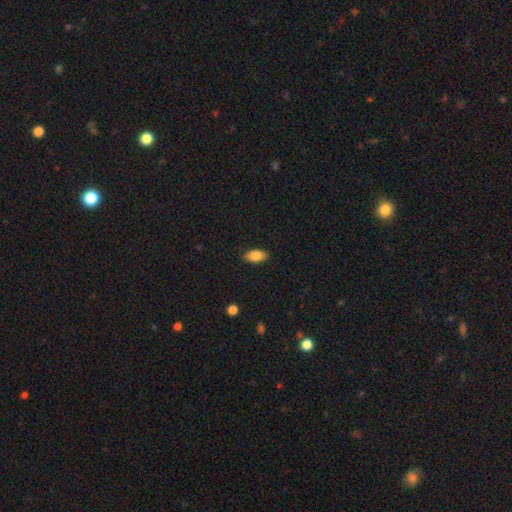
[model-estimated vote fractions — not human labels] This is clearly a smooth galaxy (82%). How rounded: clearly in between (90%). Merging: clearly none (87%).